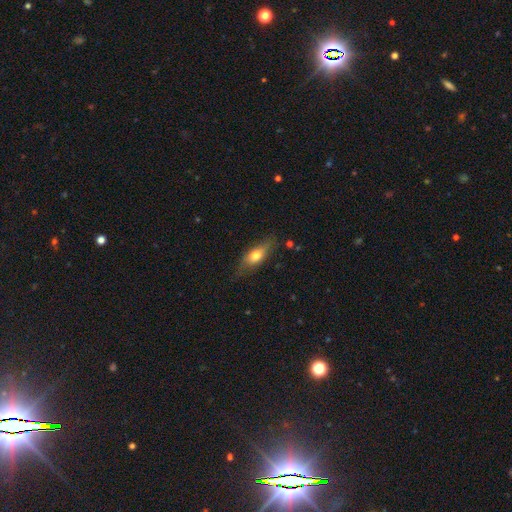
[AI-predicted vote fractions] Smooth or featured? smooth (63%)
How rounded? in between (66%)
Merging? none (72%)